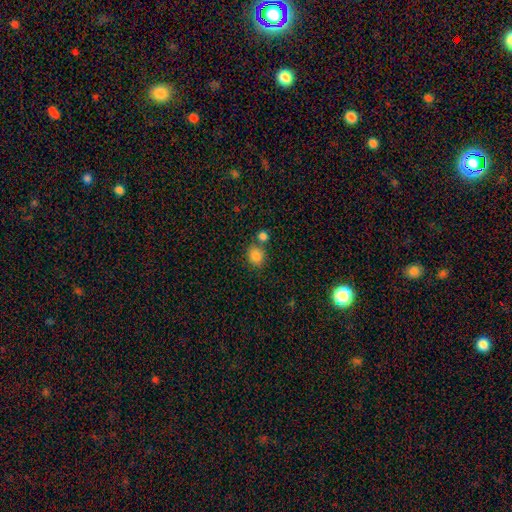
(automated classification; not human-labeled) smooth-or-featured: smooth: 85% | star or artifact: 10% | featured or disk: 5%
  how-rounded: round: 72% | in between: 27% | cigar-shaped: 1%
  merging: none: 63% | merger: 22% | minor disturbance: 11% | major disturbance: 4%